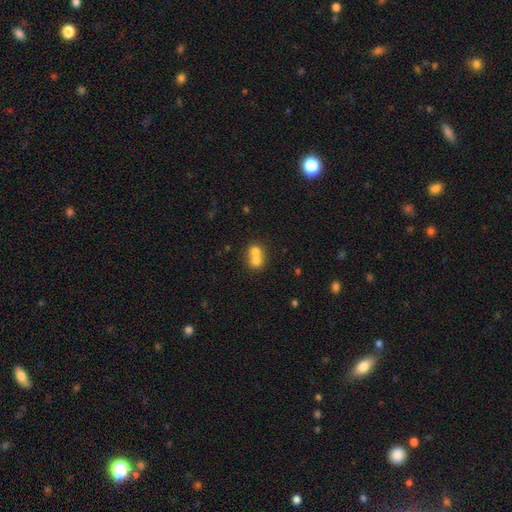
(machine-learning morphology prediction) Smooth or featured? smooth (71%)
How rounded? round (75%)
Merging? merger (72%)